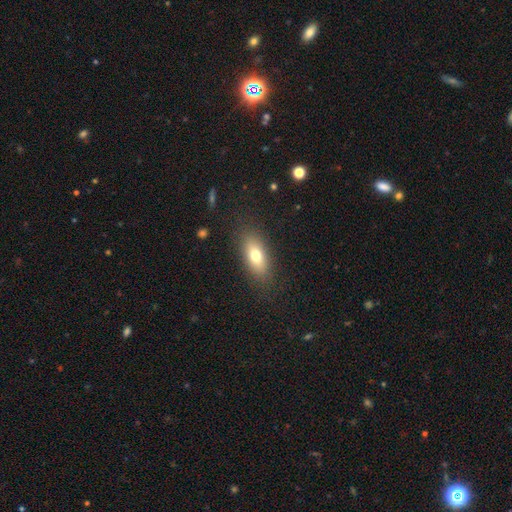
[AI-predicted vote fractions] A smooth galaxy with no disk features (73%) that is in between round and cigar-shaped (79%). Merging: none (84%).